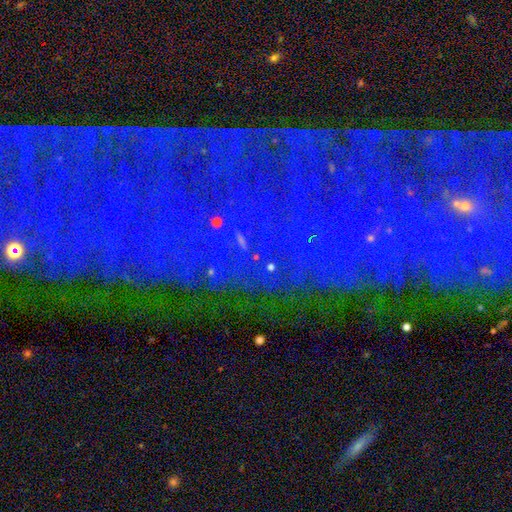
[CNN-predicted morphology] Smooth or featured?
  - star or artifact: 75% *
  - featured or disk: 14%
  - smooth: 11%